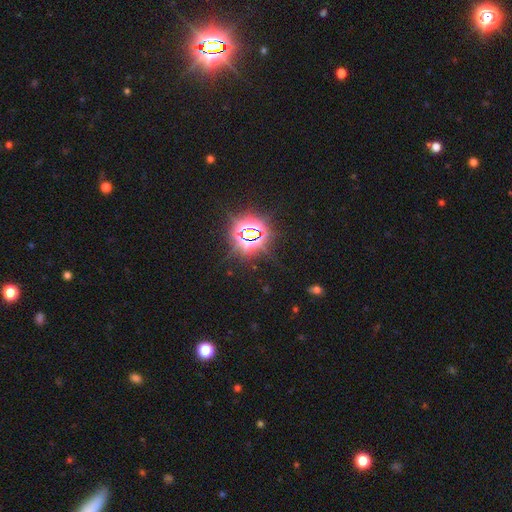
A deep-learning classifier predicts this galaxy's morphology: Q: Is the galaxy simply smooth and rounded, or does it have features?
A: star or artifact — 79%.